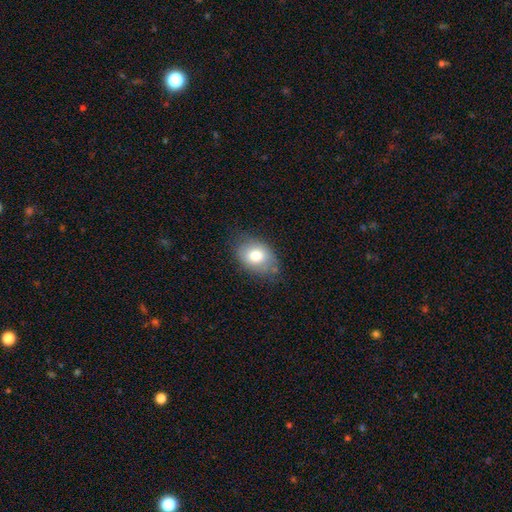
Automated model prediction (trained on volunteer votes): This appears to be a smooth galaxy with no disk features (76%) that is in between round and cigar-shaped (77%). Merging: none (68%).